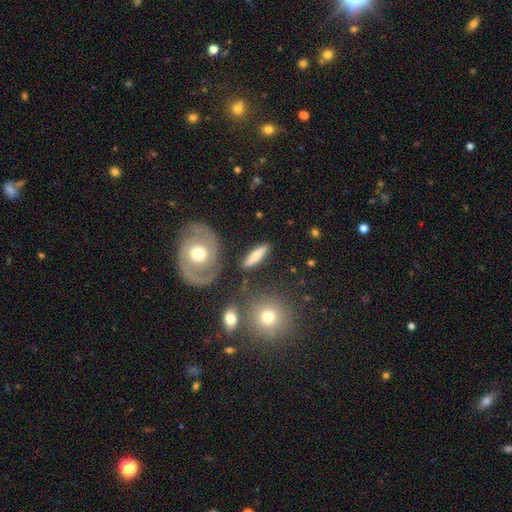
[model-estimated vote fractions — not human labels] smooth-or-featured: smooth: 65% | featured or disk: 29% | star or artifact: 7%
  how-rounded: cigar-shaped: 71% | in between: 25% | round: 4%
  merging: none: 81% | minor disturbance: 10% | merger: 5% | major disturbance: 4%